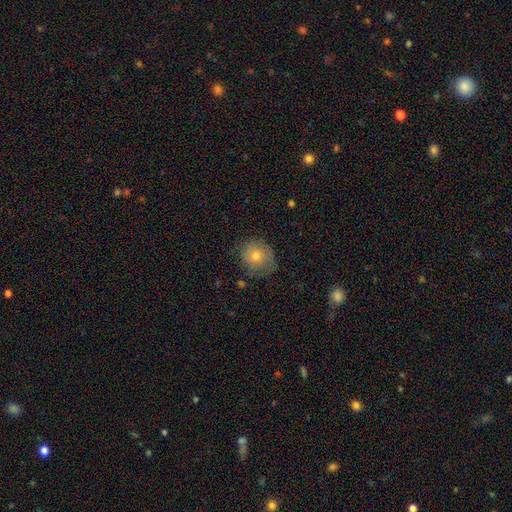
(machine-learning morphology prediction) Smooth or featured? Predicted: smooth (p=0.70). How rounded? Predicted: round (p=0.77). Merging? Predicted: none (p=0.63).